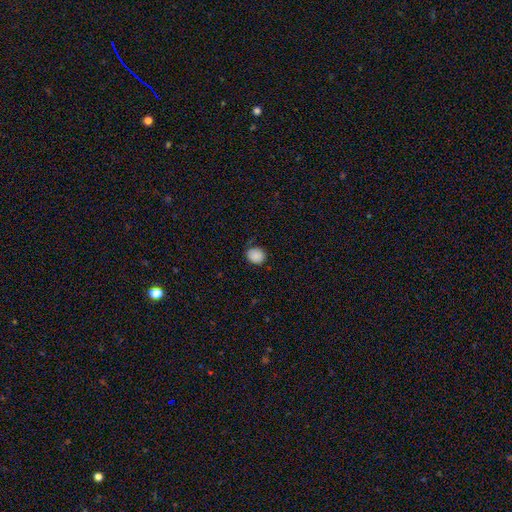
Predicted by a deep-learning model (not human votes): Overall: smooth (88%). How rounded: round (74%). Merging: none (81%).